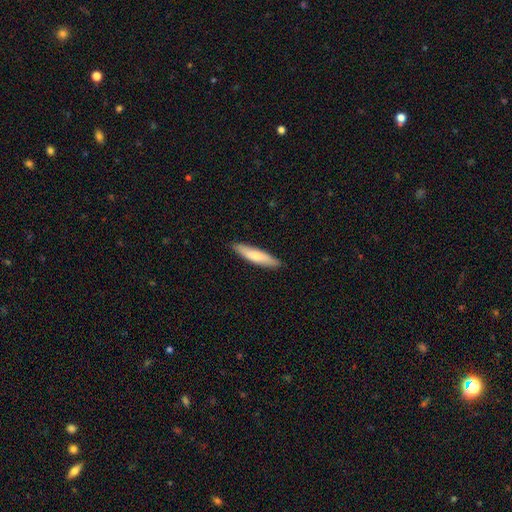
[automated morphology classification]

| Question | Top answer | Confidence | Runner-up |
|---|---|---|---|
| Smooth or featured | smooth | 70% | featured or disk (25%) |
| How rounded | cigar-shaped | 80% | in between (18%) |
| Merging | none | 88% | minor disturbance (9%) |